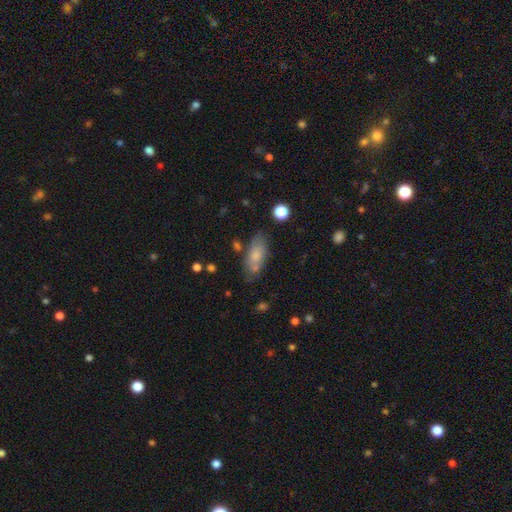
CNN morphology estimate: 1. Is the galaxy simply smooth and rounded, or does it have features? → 74% smooth, 18% featured or disk, 9% star or artifact.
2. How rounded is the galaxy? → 81% in between, 15% cigar-shaped, 4% round.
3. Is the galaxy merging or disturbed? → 68% none, 18% minor disturbance, 8% merger, 6% major disturbance.